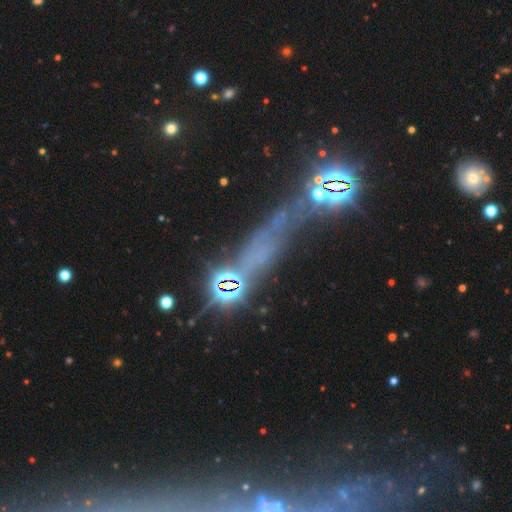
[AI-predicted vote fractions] Morphology: type=star or artifact (44%).